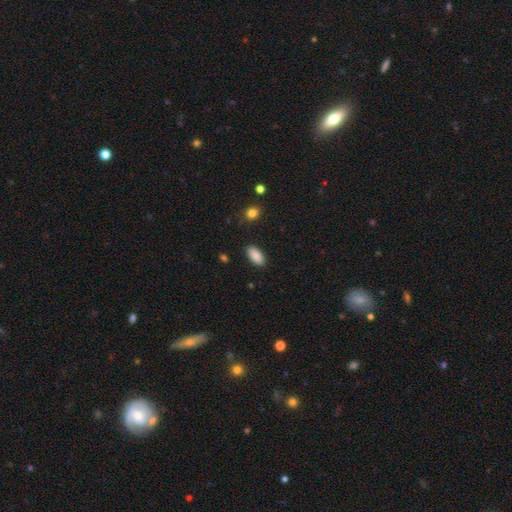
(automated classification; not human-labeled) Overall: smooth (89%). How rounded: in between (90%). Merging: none (88%).